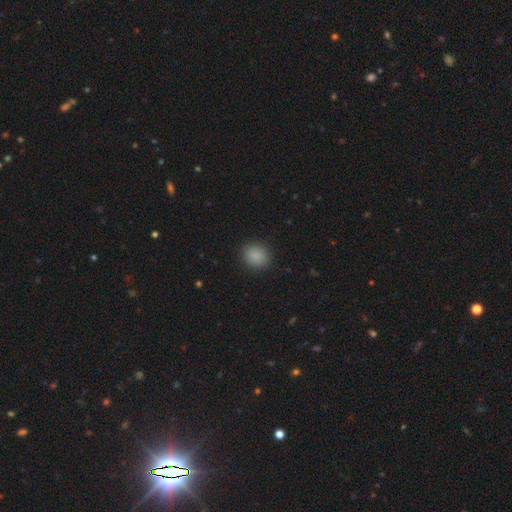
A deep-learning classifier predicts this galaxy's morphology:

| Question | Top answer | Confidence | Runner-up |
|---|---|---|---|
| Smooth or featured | smooth | 87% | star or artifact (10%) |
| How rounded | round | 75% | in between (24%) |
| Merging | none | 89% | minor disturbance (8%) |